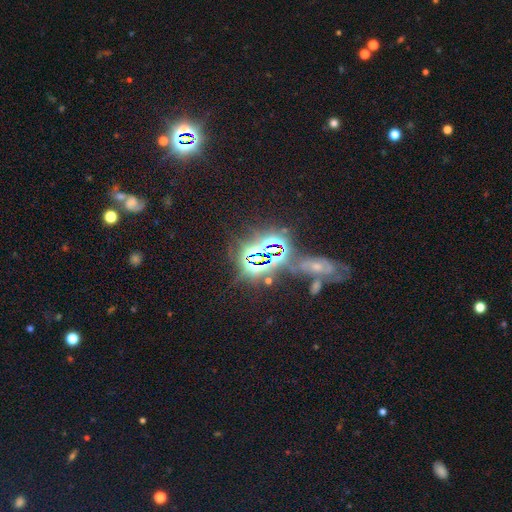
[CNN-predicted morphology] star or artifact 79%, smooth 12%, featured or disk 9%.